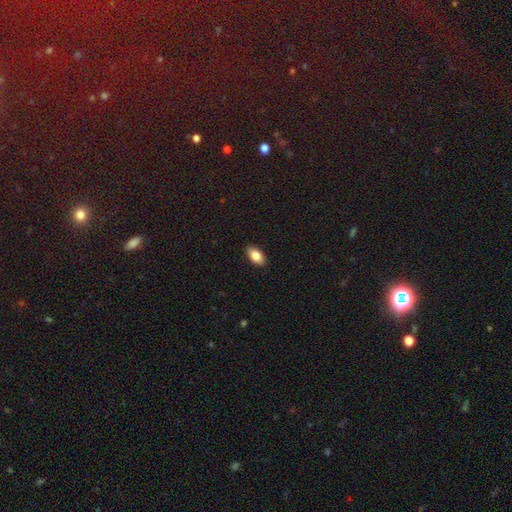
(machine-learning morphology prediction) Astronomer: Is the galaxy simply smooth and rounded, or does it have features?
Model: smooth — 84%.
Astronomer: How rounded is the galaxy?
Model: in between — 92%.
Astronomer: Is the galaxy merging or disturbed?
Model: none — 89%.